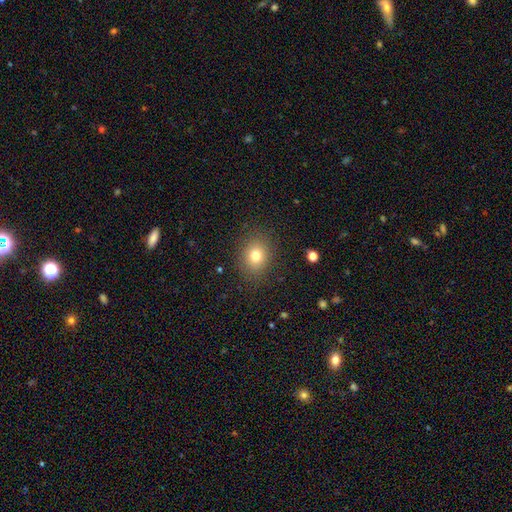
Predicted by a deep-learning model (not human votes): smooth-or-featured: smooth: 77% | star or artifact: 13% | featured or disk: 10%
  how-rounded: round: 61% | in between: 38% | cigar-shaped: 1%
  merging: none: 86% | minor disturbance: 9% | major disturbance: 4% | merger: 1%